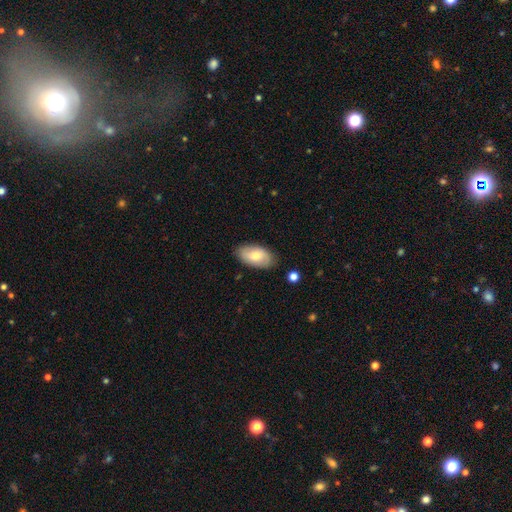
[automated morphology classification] Smooth or featured? Predicted: smooth (p=0.67). How rounded? Predicted: in between (p=0.94). Merging? Predicted: none (p=0.84).